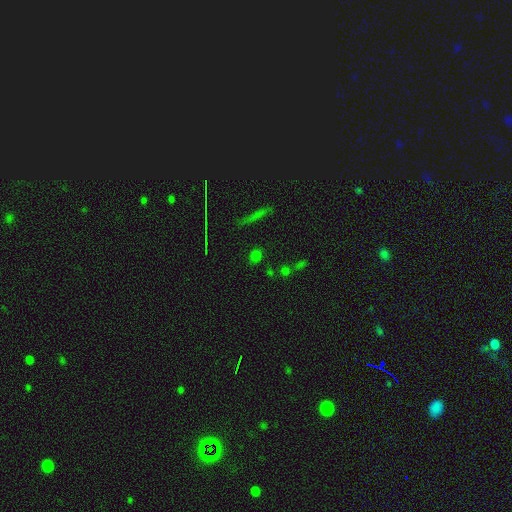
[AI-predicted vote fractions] smooth 57%, star or artifact 35%, featured or disk 8%. Down the decision tree: how rounded — round (74%); merging — none (84%).